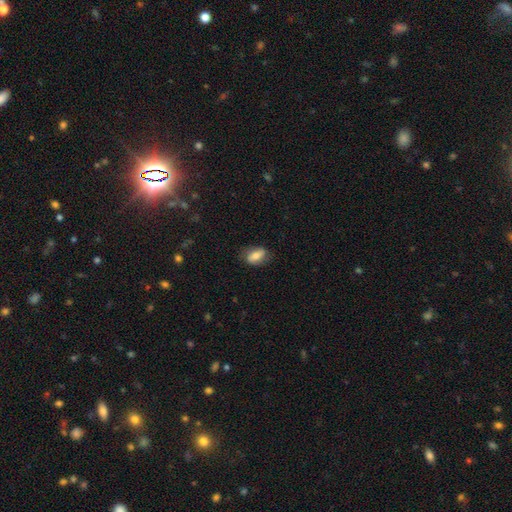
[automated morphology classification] Smooth or featured?
  - smooth: 68% *
  - featured or disk: 25%
  - star or artifact: 7%
How rounded?
  - in between: 86% *
  - round: 9%
  - cigar-shaped: 5%
Merging?
  - none: 73% *
  - minor disturbance: 20%
  - major disturbance: 6%
  - merger: 1%